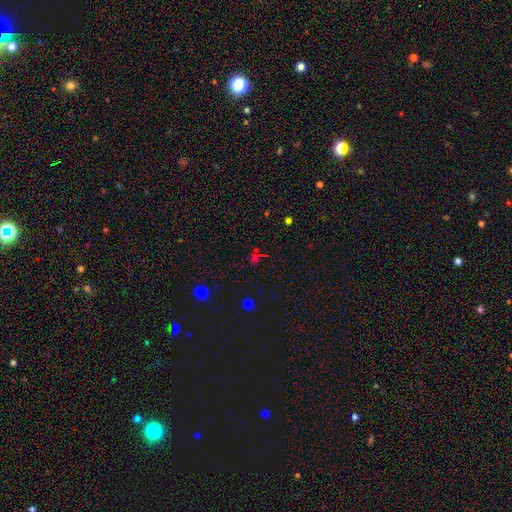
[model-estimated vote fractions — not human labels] Q: Smooth or featured?
A: star or artifact (58%); runner-up: smooth (33%)